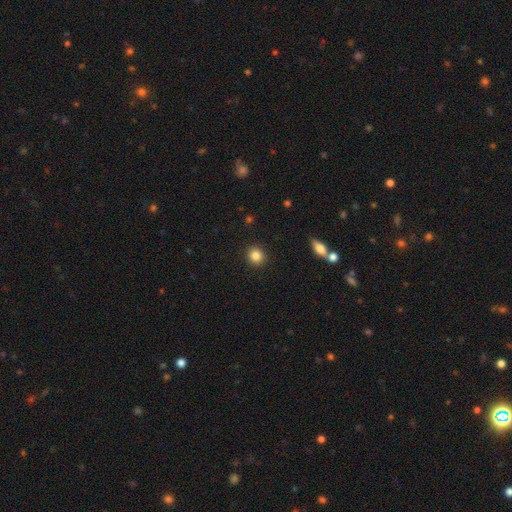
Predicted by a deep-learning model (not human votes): The model was most divided on "smooth or featured": smooth: 85%, star or artifact: 10%, featured or disk: 5%. More confident: merging — none (92%); how rounded — round (89%).